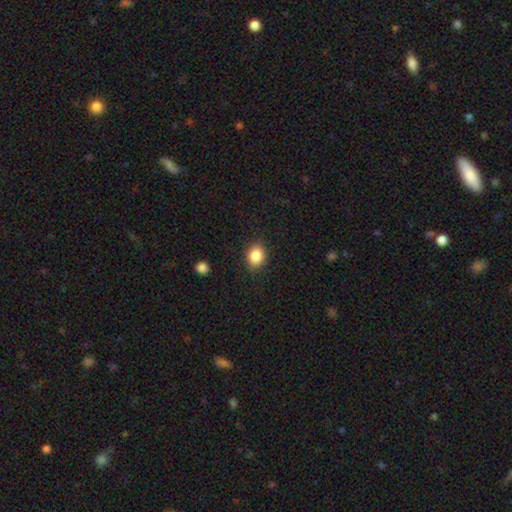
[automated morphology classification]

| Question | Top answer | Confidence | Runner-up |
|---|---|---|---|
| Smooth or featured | smooth | 86% | star or artifact (9%) |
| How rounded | in between | 53% | round (46%) |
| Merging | none | 87% | minor disturbance (9%) |